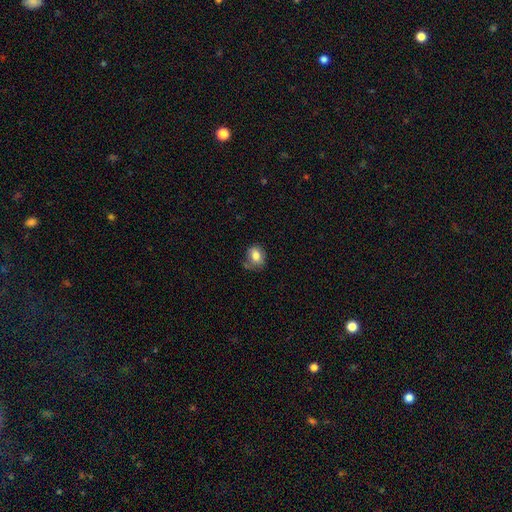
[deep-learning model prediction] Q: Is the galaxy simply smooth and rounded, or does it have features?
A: smooth — 78%.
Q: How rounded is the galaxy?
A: round — 50%.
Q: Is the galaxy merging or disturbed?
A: none — 57%.